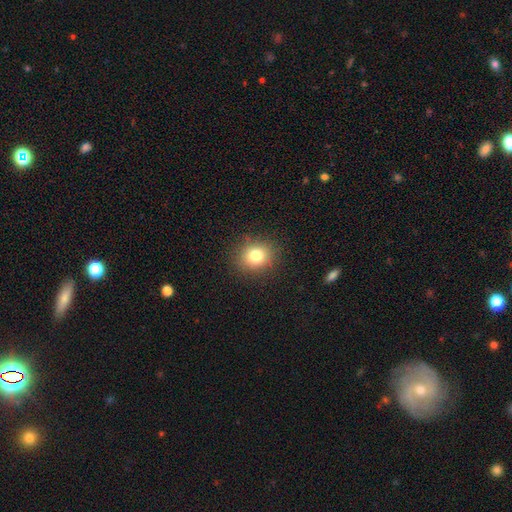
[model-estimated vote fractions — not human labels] Morphology: type=smooth (78%); roundness=round (80%); merging=none (88%).